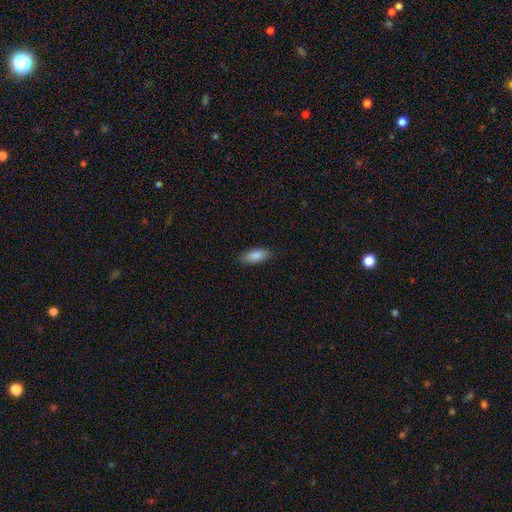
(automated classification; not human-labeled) A smooth galaxy with no disk features (88%) that is in between round and cigar-shaped (80%).

Vote fractions:
- Smooth or featured? smooth: 88% / featured or disk: 6% / star or artifact: 6%
- How rounded? in between: 80% / cigar-shaped: 18% / round: 2%
- Merging? none: 86% / minor disturbance: 11% / major disturbance: 2% / merger: 1%